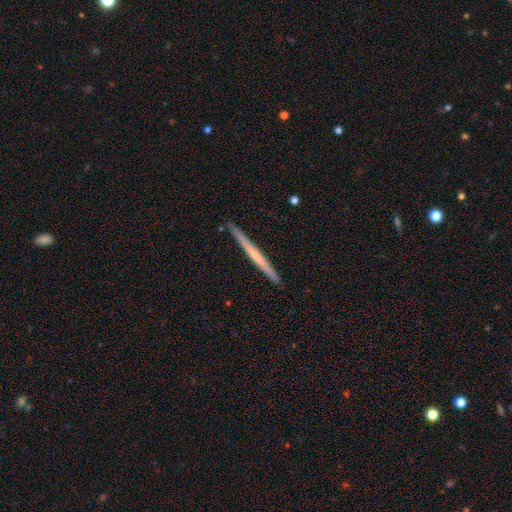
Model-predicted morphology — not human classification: Overall: featured or disk (53%; smooth 41%). Edge-on disk: yes (98%). Edge-on bulge: none (77%). Merging: none (91%).